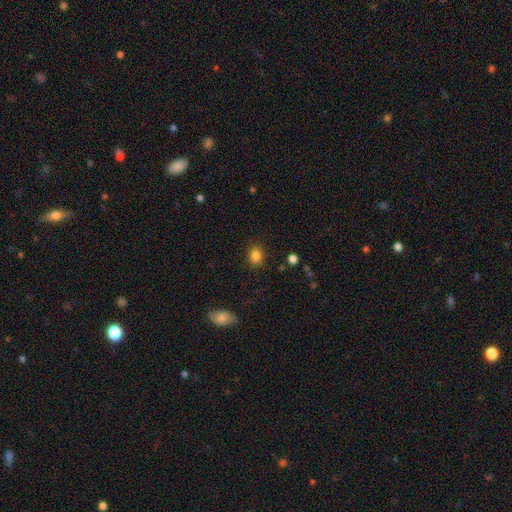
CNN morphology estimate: A smooth galaxy with no disk features (84%) that is round (55%). Merging: none (88%).